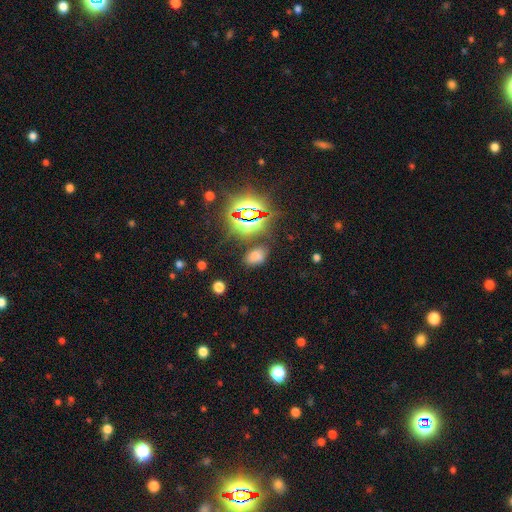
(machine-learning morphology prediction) type=smooth (59%); roundness=in between (86%); merging=none (74%).